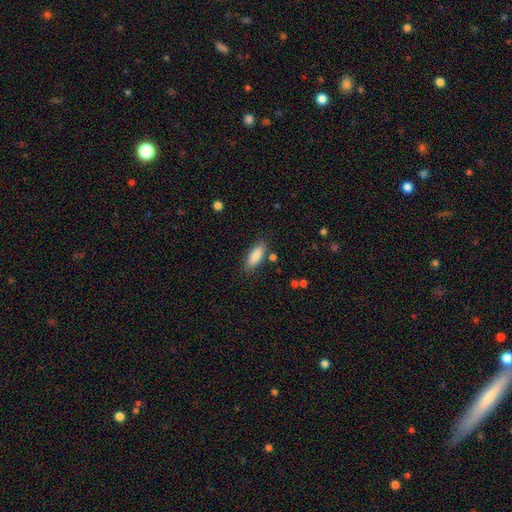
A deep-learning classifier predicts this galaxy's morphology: Overall: smooth (86%). How rounded: in between (70%). Merging: none (82%).